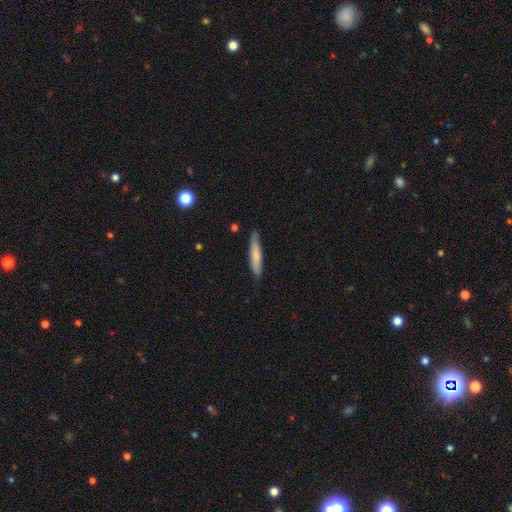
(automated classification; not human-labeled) Smooth or featured?
  - smooth: 72% *
  - featured or disk: 23%
  - star or artifact: 6%
How rounded?
  - cigar-shaped: 90% *
  - in between: 9%
  - round: 1%
Merging?
  - none: 83% *
  - minor disturbance: 14%
  - major disturbance: 2%
  - merger: 1%